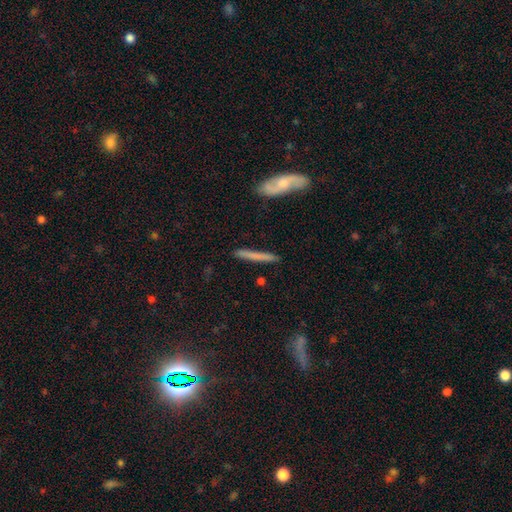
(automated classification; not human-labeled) A smooth galaxy with no disk features (60%) that is cigar-shaped (95%).

Vote fractions:
- Smooth or featured? smooth: 60% / featured or disk: 33% / star or artifact: 7%
- How rounded? cigar-shaped: 95% / in between: 3% / round: 2%
- Merging? none: 88% / minor disturbance: 8% / merger: 2% / major disturbance: 2%